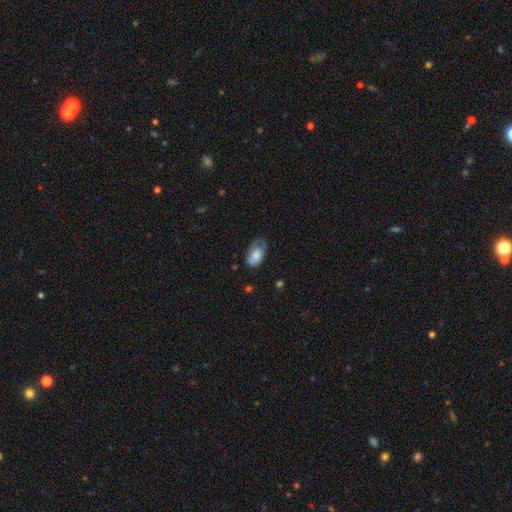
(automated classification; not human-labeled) Smooth or featured? smooth (63%)
How rounded? in between (93%)
Merging? none (43%)